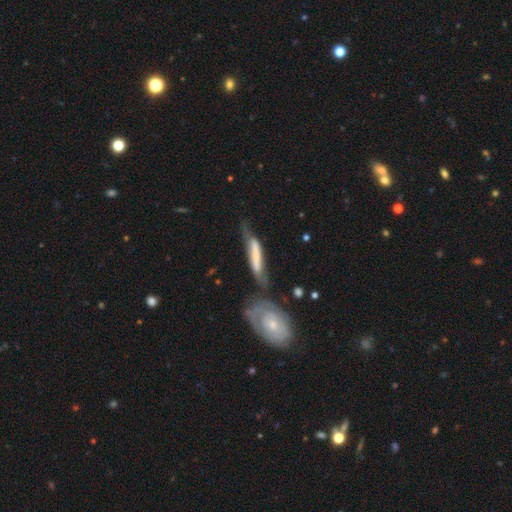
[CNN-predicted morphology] smooth_or_featured: smooth (p=0.47) [tied with: featured or disk p=0.47]
merging: none (p=0.35) [alt: minor disturbance p=0.26]